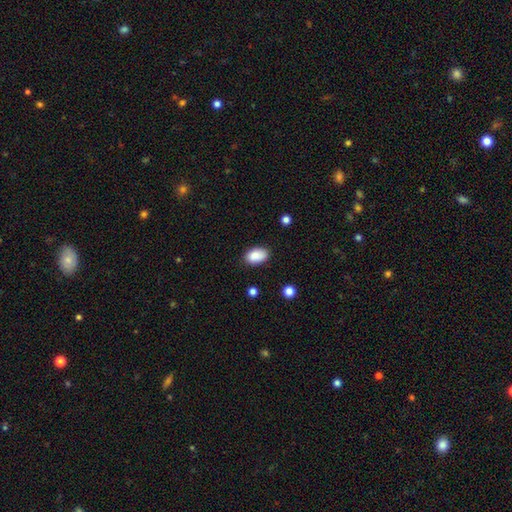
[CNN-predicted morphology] Q: Smooth or featured?
A: smooth (87%); runner-up: star or artifact (8%)
Q: How rounded?
A: in between (92%); runner-up: round (7%)
Q: Merging?
A: none (80%); runner-up: minor disturbance (15%)